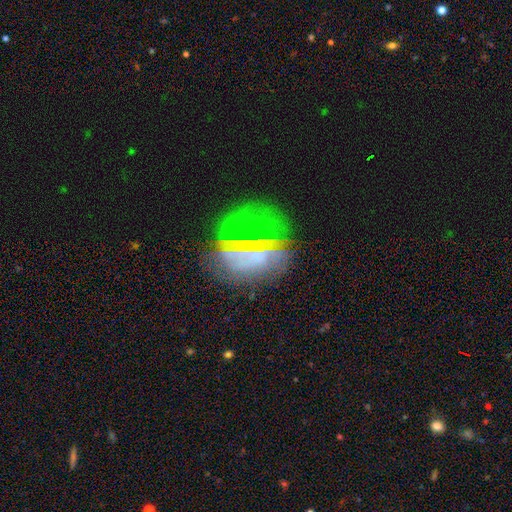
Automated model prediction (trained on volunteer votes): The model was most divided on "smooth or featured": featured or disk: 46%, smooth: 27%, star or artifact: 27%. More confident: merging — none (74%).